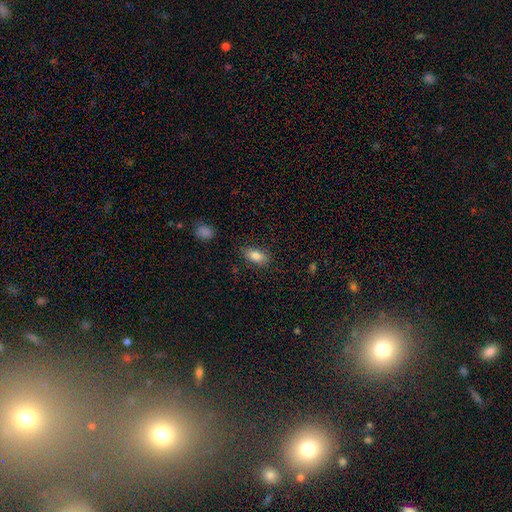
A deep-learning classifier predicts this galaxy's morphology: Smooth or featured: smooth — 83% (star or artifact — 9%)
How rounded: in between — 89% (round — 6%)
Merging: none — 84% (minor disturbance — 12%)